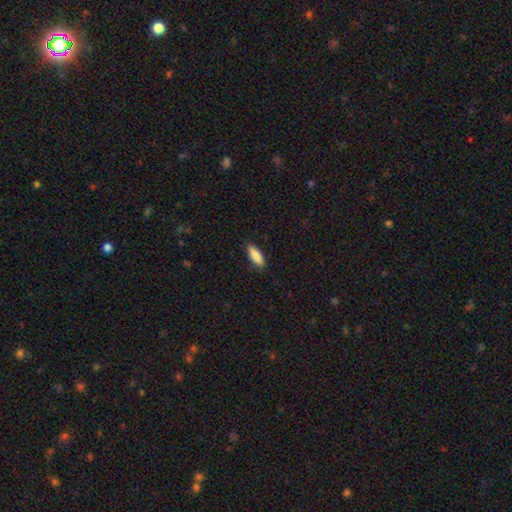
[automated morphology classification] smooth 87%, featured or disk 7%, star or artifact 6%. Down the decision tree: how rounded — in between (60%); merging — none (88%).